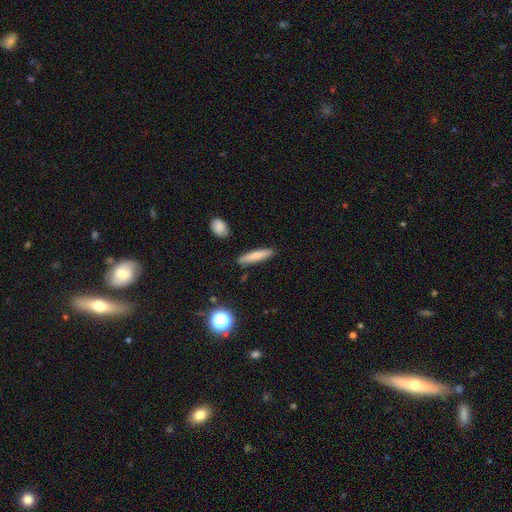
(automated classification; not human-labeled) This appears to be a smooth galaxy with no disk features (75%) that is cigar-shaped (85%). Merging: none (86%).